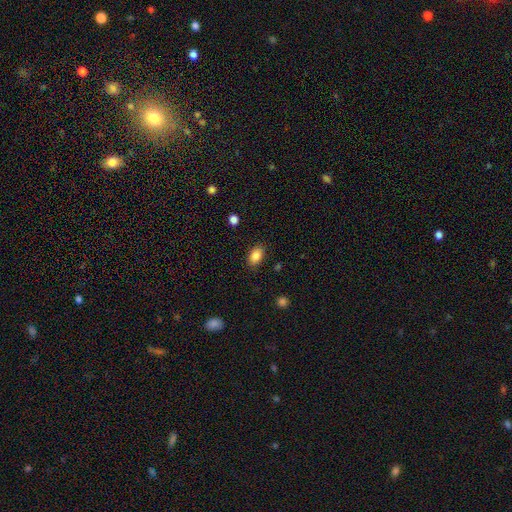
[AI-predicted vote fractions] Q: Smooth or featured?
A: smooth (87%); runner-up: star or artifact (8%)
Q: How rounded?
A: in between (88%); runner-up: round (11%)
Q: Merging?
A: none (86%); runner-up: minor disturbance (10%)